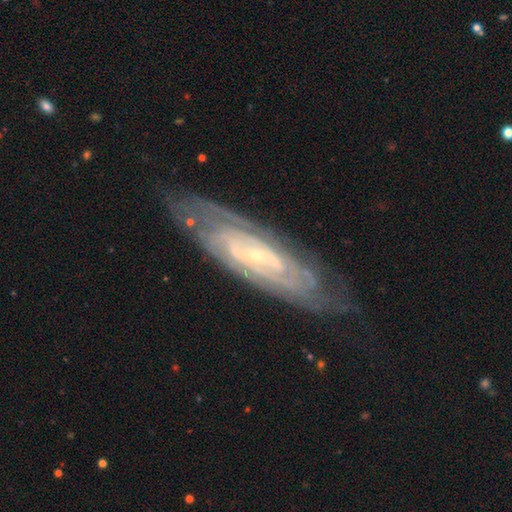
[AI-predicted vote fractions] This is clearly a featured or disk galaxy (84%). It is clearly not viewed edge-on (83%). Bar: marginally no (41%). Spiral arm pattern: clearly yes (93%). Spiral arm count: marginally can't tell (44%). Spiral winding: likely tight (68%). Central bulge: clearly small (82%). Merging: likely none (76%).